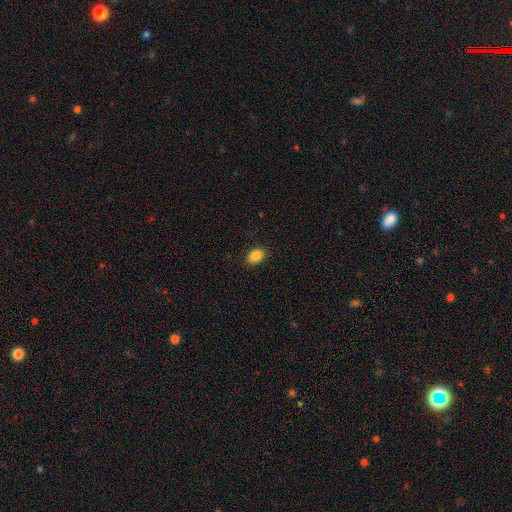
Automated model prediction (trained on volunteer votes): smooth 86%, star or artifact 9%, featured or disk 5%. Down the decision tree: how rounded — in between (72%); merging — none (87%).